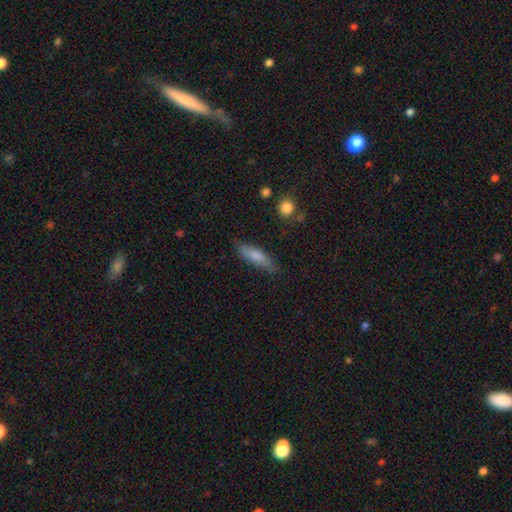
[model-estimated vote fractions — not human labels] smooth 74%, featured or disk 20%, star or artifact 6%. Down the decision tree: how rounded — cigar-shaped (57%); merging — none (78%).